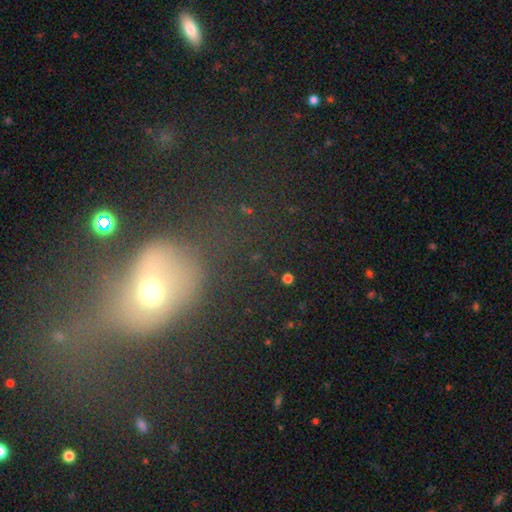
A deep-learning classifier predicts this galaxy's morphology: Q: Smooth or featured?
A: smooth (47%); runner-up: star or artifact (29%)
Q: Merging?
A: none (38%); runner-up: major disturbance (31%)